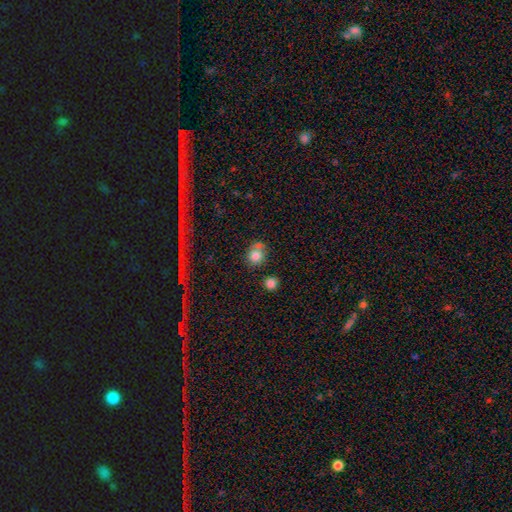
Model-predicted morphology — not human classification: Smooth or featured: smooth — 79% (star or artifact — 11%)
How rounded: round — 77% (in between — 22%)
Merging: none — 53% (merger — 24%)